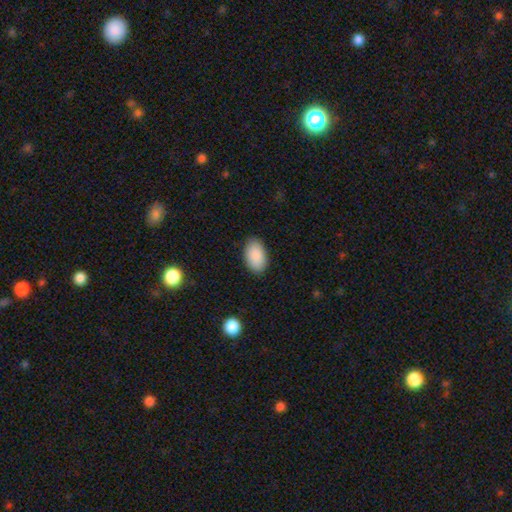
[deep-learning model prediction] smooth 90%, star or artifact 6%, featured or disk 4%. Down the decision tree: how rounded — in between (95%); merging — none (87%).